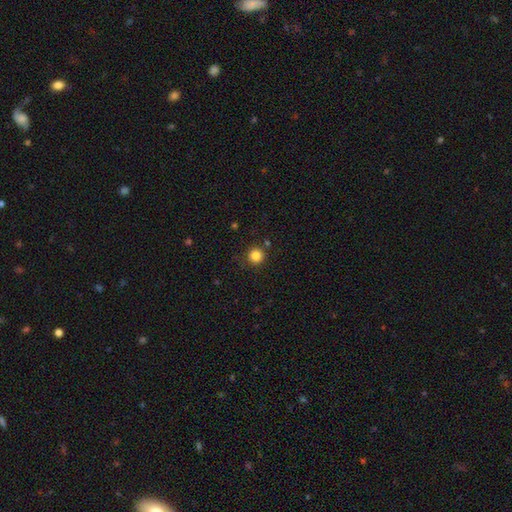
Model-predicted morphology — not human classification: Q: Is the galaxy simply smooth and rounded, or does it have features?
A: smooth — 84%.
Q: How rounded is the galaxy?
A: round — 95%.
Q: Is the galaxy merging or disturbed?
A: none — 87%.